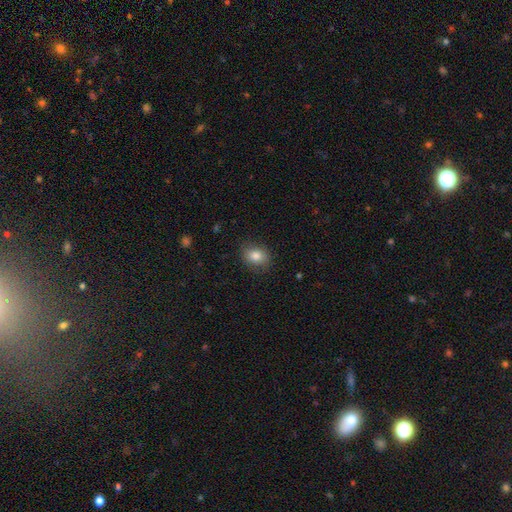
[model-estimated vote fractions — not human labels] The model was most divided on "how rounded": in between: 55%, round: 43%, cigar-shaped: 1%. More confident: smooth or featured — smooth (83%); merging — none (82%).